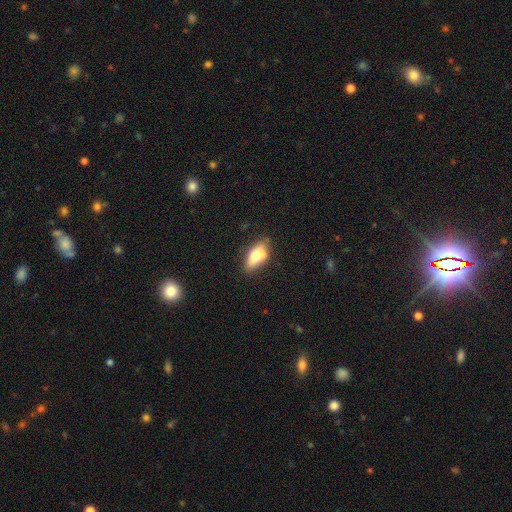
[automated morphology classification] smooth_or_featured: smooth (p=0.69) [alt: featured or disk p=0.24]
how_rounded: in between (p=0.84) [alt: cigar-shaped p=0.12]
merging: none (p=0.61) [alt: minor disturbance p=0.24]